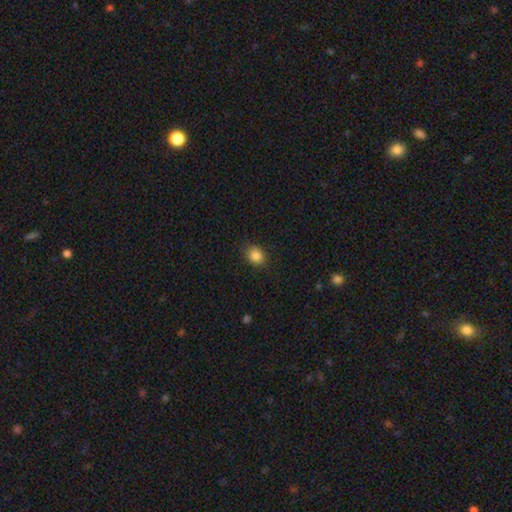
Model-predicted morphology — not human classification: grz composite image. It shows a smooth galaxy with no disk features (85%) that is round (56%). Merging: none (83%).